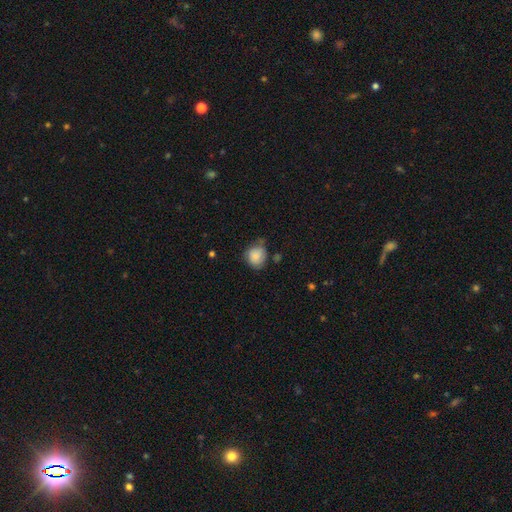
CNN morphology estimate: type=smooth (80%); roundness=round (71%); merging=none (52%).